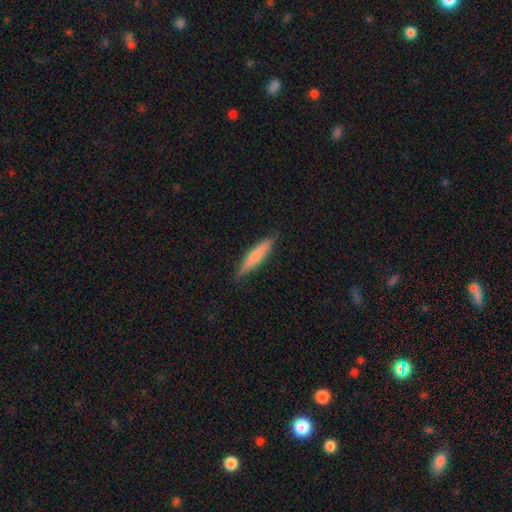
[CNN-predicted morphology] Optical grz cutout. It shows a smooth galaxy with no disk features (66%) that is cigar-shaped (87%). Merging: none (87%).